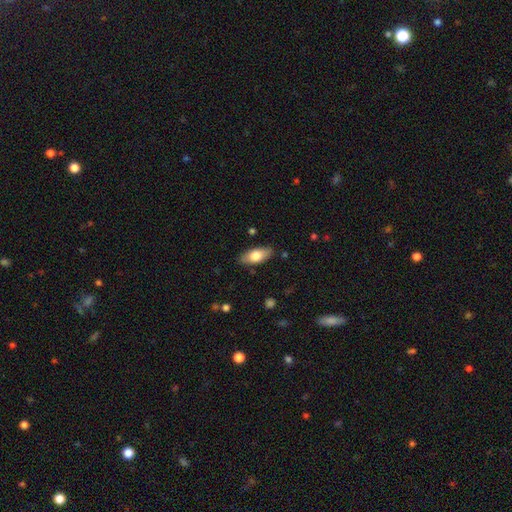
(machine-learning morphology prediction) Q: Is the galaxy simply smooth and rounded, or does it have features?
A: smooth — 72%.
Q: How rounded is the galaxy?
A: in between — 85%.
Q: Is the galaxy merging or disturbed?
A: none — 86%.